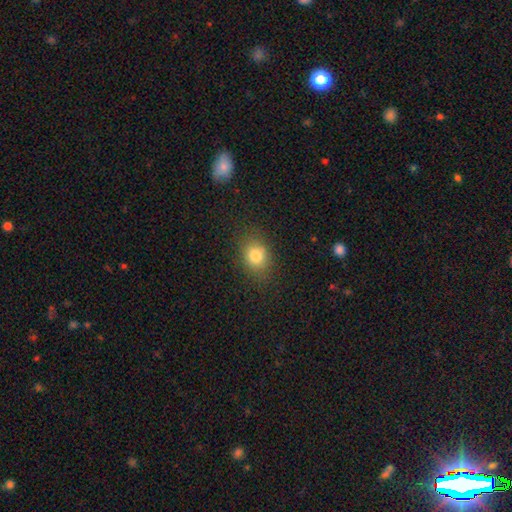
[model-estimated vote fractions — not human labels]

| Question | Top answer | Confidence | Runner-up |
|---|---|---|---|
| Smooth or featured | smooth | 81% | star or artifact (12%) |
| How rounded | round | 49% | tied: in between (49%) |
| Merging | none | 83% | minor disturbance (12%) |